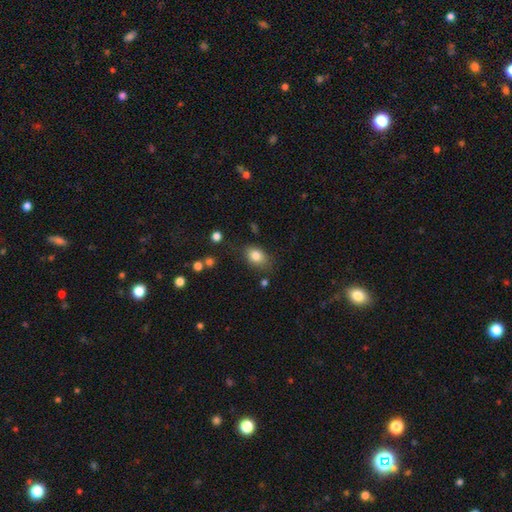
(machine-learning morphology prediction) Overall: smooth (82%). How rounded: in between (76%). Merging: none (74%).